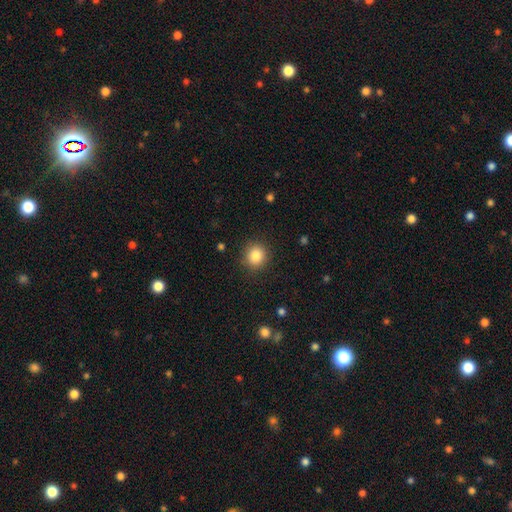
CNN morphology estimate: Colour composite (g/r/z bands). It shows a smooth galaxy with no disk features (85%) that is round (88%). Merging: none (89%).